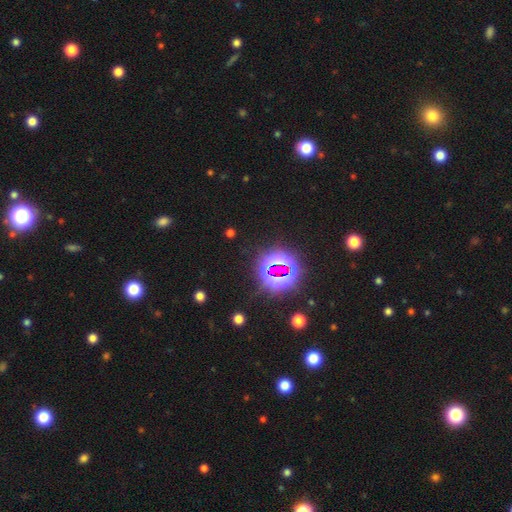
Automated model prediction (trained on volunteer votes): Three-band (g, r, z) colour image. It shows a star or artifact, not a galaxy (79%).